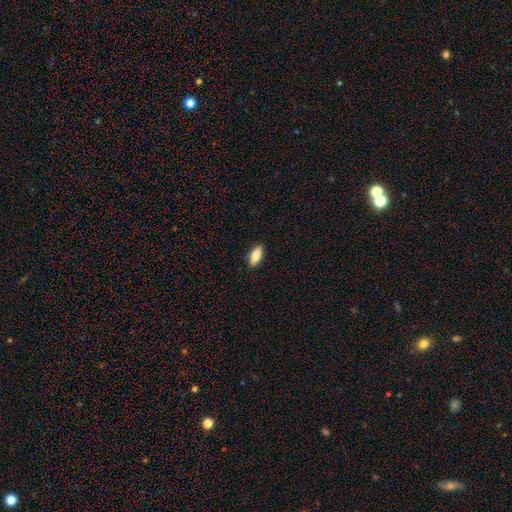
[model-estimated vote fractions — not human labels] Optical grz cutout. It shows a smooth galaxy with no disk features (86%) that is in between round and cigar-shaped (79%). Merging: none (89%).